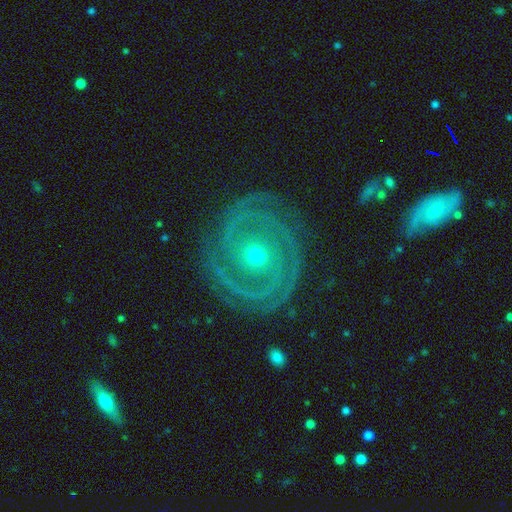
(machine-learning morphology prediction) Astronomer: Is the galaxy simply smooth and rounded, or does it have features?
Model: featured or disk — 89%.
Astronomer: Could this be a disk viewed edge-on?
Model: no — 97%.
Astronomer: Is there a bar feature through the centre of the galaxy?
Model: no — 76%.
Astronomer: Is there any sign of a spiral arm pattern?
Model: yes — 95%.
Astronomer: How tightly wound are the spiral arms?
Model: tight — 76%.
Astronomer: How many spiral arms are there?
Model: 2 — 58%.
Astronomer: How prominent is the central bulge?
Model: small — 56% (runner-up: moderate, 41%).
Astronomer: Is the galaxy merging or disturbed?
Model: none — 81%.